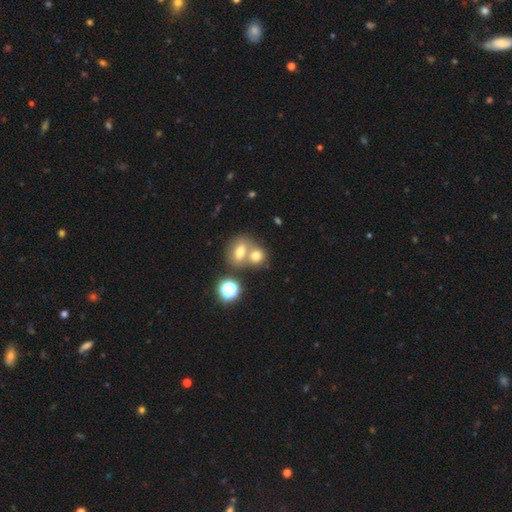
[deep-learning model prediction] Smooth or featured? smooth (68%)
How rounded? round (59%)
Merging? merger (53%)